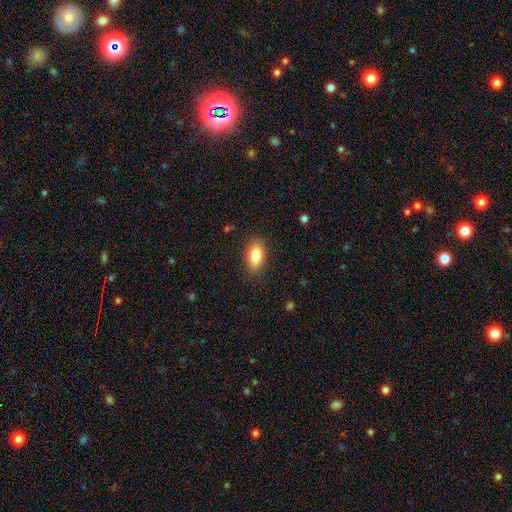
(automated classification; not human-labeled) A smooth galaxy with no disk features (83%) that is in between round and cigar-shaped (87%). Merging: none (86%).